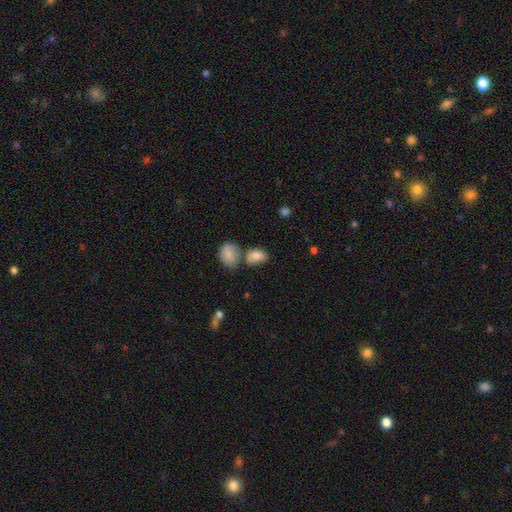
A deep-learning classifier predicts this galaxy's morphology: Q: Smooth or featured?
A: smooth (83%); runner-up: star or artifact (9%)
Q: How rounded?
A: in between (82%); runner-up: round (16%)
Q: Merging?
A: none (45%); runner-up: merger (29%)